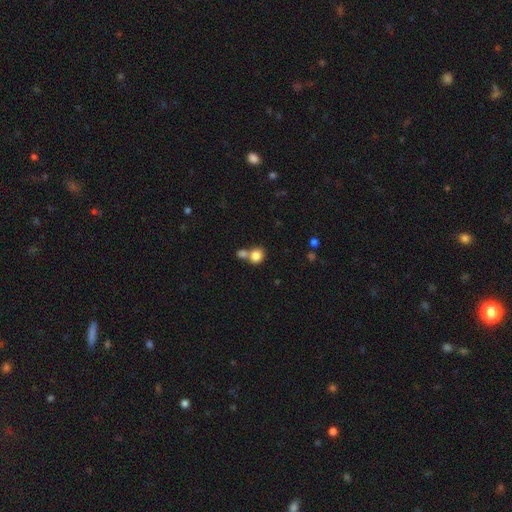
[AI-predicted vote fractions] A smooth galaxy with no disk features (83%) that is round (72%). Merging: merger (45%).